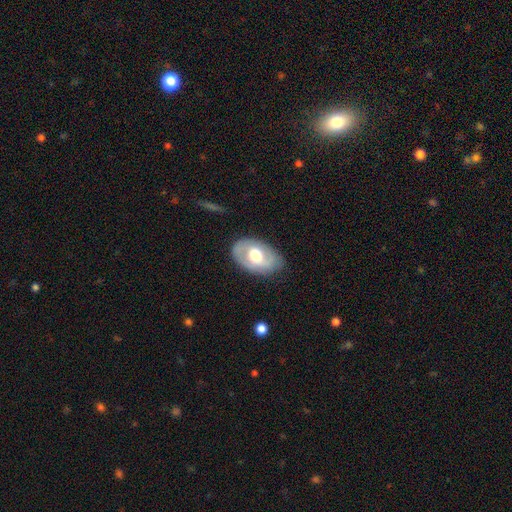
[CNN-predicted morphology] Smooth or featured: featured or disk — 53% (smooth — 41%)
Edge-on disk: no — 92% (yes — 8%)
Merging: none — 78% (minor disturbance — 16%)